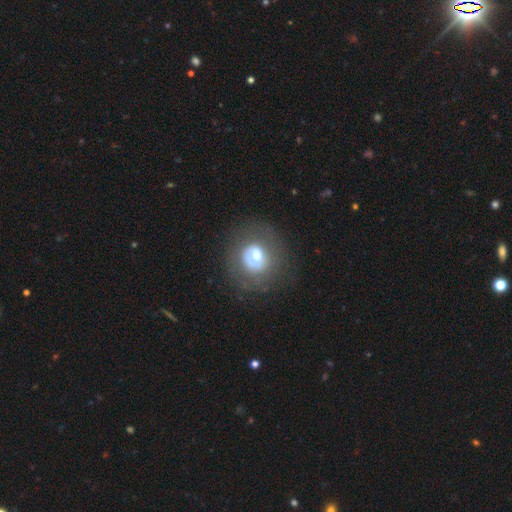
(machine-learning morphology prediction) Smooth or featured? Predicted: featured or disk (p=0.46). Merging? Predicted: none (p=0.63).